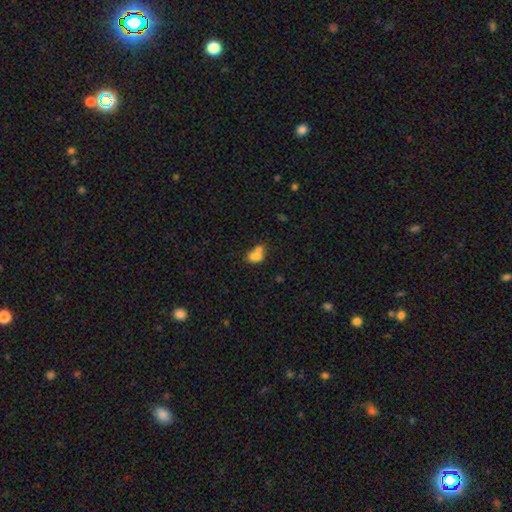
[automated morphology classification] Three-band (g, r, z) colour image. It shows a smooth galaxy with no disk features (75%) that is in between round and cigar-shaped (67%). Merging: merger (58%).